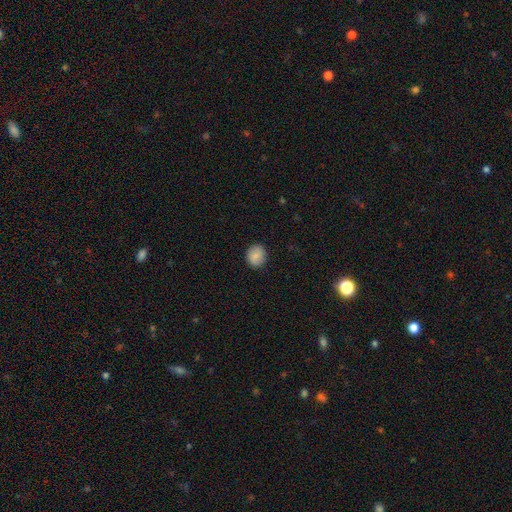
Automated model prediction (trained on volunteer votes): smooth 84%, featured or disk 8%, star or artifact 8%. Down the decision tree: how rounded — round (79%); merging — none (88%).